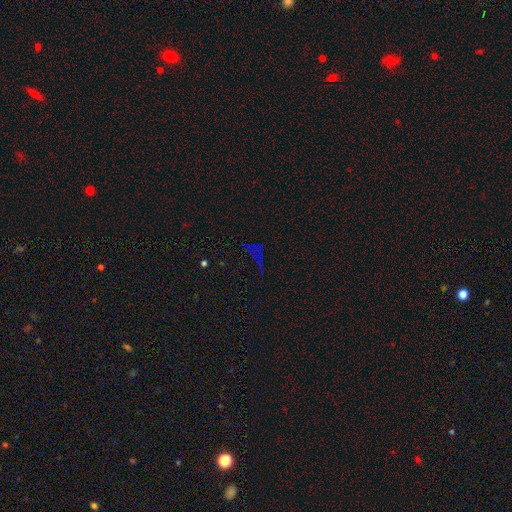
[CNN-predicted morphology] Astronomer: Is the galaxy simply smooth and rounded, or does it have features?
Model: star or artifact — 69%.